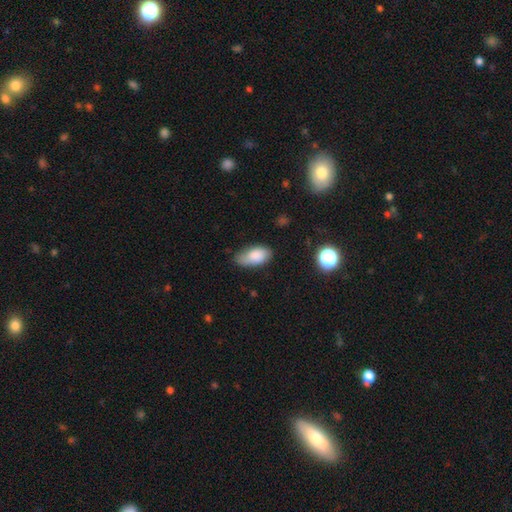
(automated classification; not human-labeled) smooth-or-featured: smooth: 83% | featured or disk: 10% | star or artifact: 8%
  how-rounded: in between: 93% | cigar-shaped: 4% | round: 4%
  merging: none: 61% | minor disturbance: 31% | major disturbance: 7% | merger: 2%